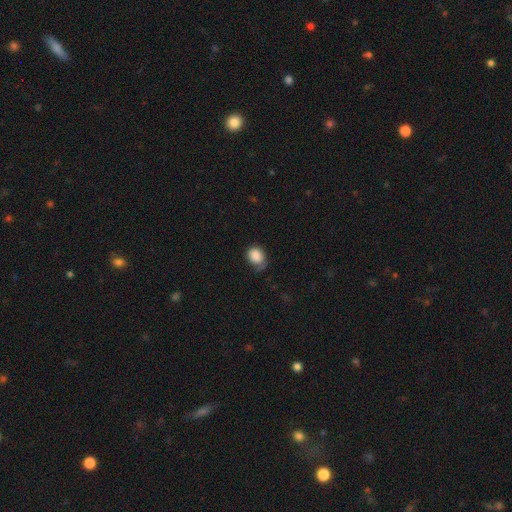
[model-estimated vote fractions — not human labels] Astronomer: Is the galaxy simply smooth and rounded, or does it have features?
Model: smooth — 84%.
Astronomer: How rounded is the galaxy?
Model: round — 52% (runner-up: in between, 47%).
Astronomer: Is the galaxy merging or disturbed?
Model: none — 50% (runner-up: minor disturbance, 33%).